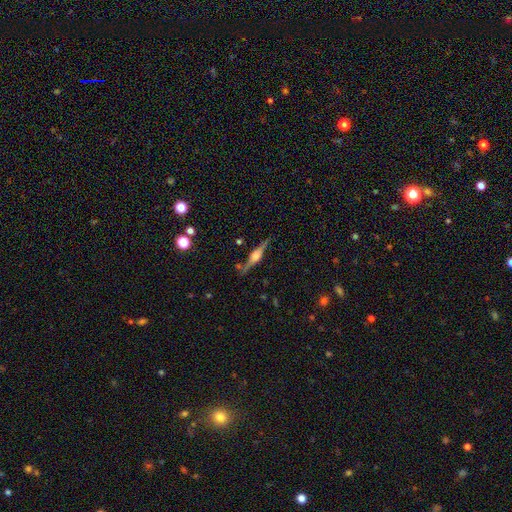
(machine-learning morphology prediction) A featured or disk galaxy (77%) viewed edge-on (97%) with a rounded central bulge (80%).

Vote fractions:
- Smooth or featured? featured or disk: 77% / smooth: 17% / star or artifact: 7%
- Edge-on disk? yes: 97% / no: 3%
- Edge-on bulge? rounded: 80% / boxy: 17% / none: 3%
- Merging? none: 83% / minor disturbance: 11% / merger: 3% / major disturbance: 3%